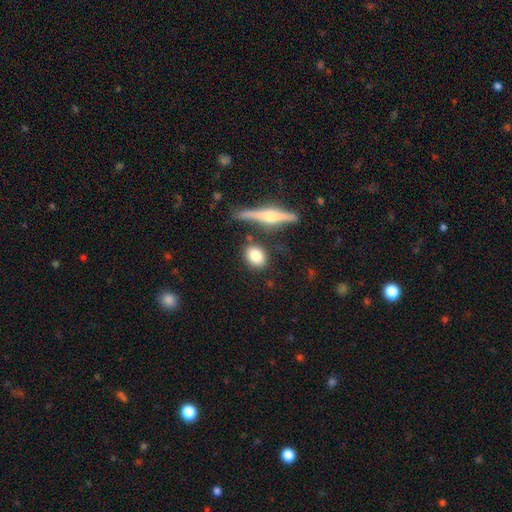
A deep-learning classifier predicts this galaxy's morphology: Q: Smooth or featured?
A: smooth (78%); runner-up: featured or disk (15%)
Q: How rounded?
A: in between (50%); runner-up: round (45%)
Q: Merging?
A: none (78%); runner-up: minor disturbance (11%)